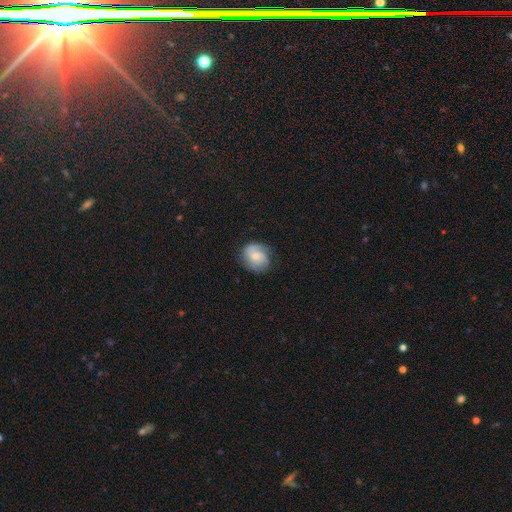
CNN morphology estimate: This appears to be a featured or disk galaxy (70%) with no bar (61%), 2 (54%) tight (45%) spiral arms (94%) and a small central bulge (50%). Merging: none (74%).